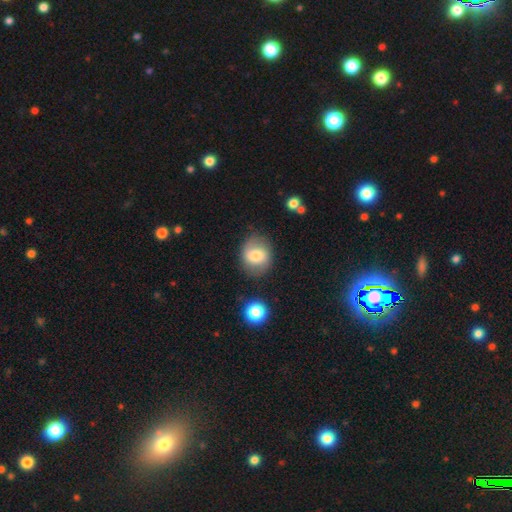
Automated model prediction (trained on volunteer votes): A smooth galaxy with no disk features (70%) that is round (66%). Merging: none (78%).